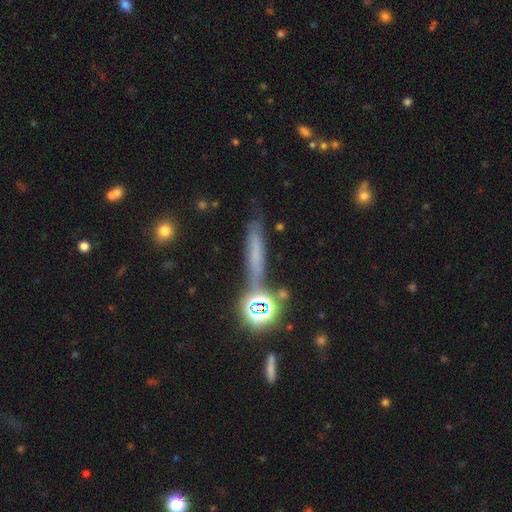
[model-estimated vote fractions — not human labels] smooth-or-featured: smooth: 45% | featured or disk: 30% | star or artifact: 25%
  merging: none: 69% | minor disturbance: 16% | merger: 9% | major disturbance: 6%